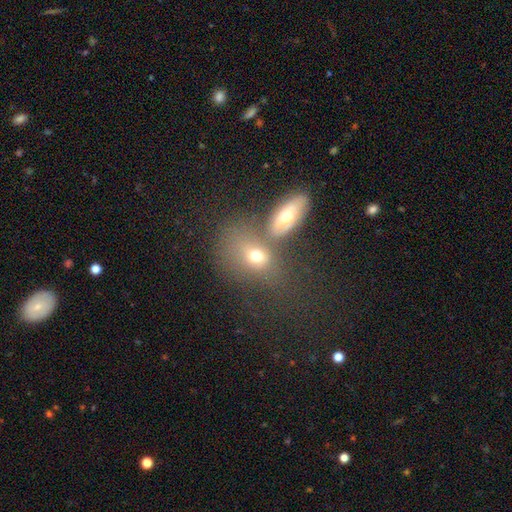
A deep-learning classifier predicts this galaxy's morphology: Smooth or featured? smooth (67%)
How rounded? in between (65%)
Merging? merger (40%, tied with none)